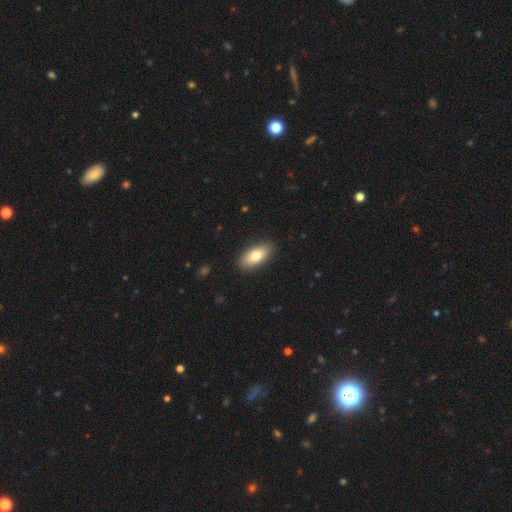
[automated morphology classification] smooth-or-featured: smooth: 79% | featured or disk: 15% | star or artifact: 6%
  how-rounded: in between: 89% | cigar-shaped: 7% | round: 3%
  merging: none: 88% | minor disturbance: 9% | major disturbance: 2% | merger: 1%